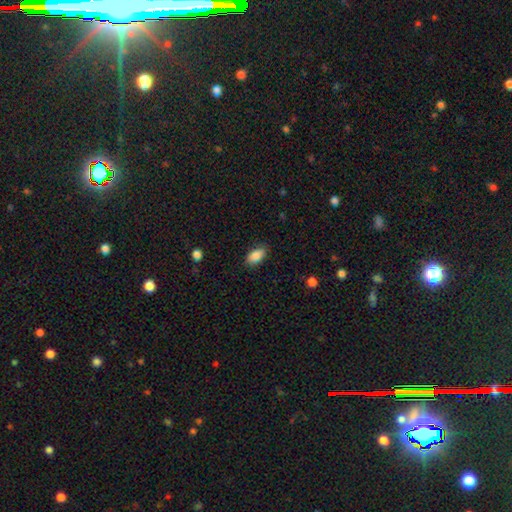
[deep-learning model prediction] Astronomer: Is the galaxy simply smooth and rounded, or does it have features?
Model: smooth — 86%.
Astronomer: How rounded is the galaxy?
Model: in between — 92%.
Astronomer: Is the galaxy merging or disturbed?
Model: none — 85%.